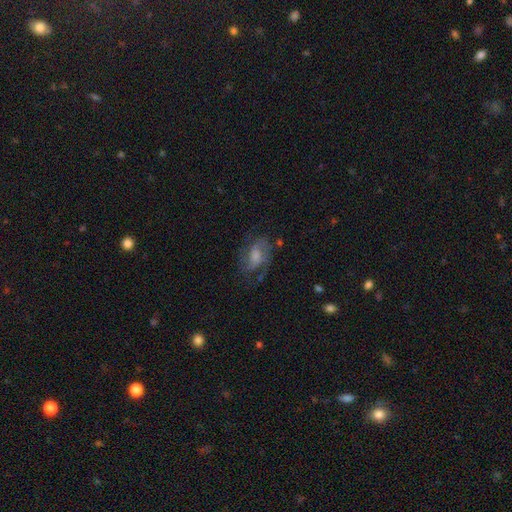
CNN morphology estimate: Overall: featured or disk (58%; smooth 33%). Edge-on disk: no (96%). Bar: no (50%; weak 40%). Spiral arms: yes (80%). Bulge size: moderate (34%; small 22%). Merging: none (54%; minor disturbance 23%).